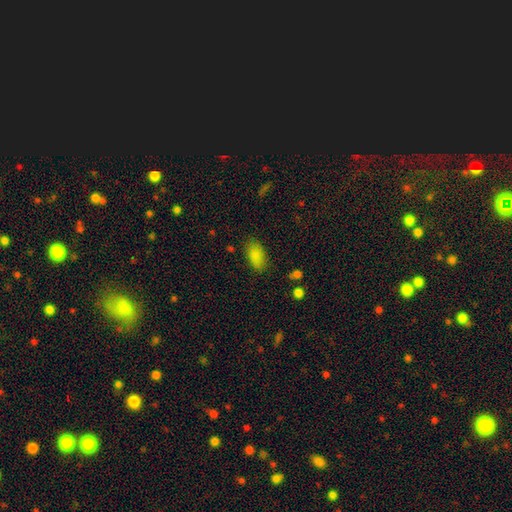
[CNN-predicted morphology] type=smooth (85%); roundness=in between (91%); merging=none (80%).